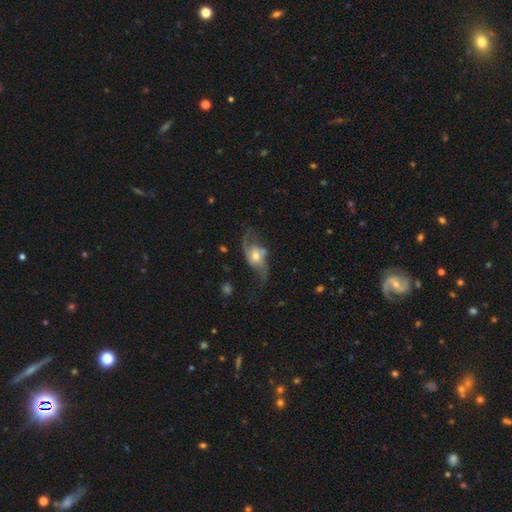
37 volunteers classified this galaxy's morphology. Volunteers were most divided on "merging": none: 36%, major disturbance: 30%, minor disturbance: 24%, merger: 9%. More confident: edge-on disk — no (90%); spiral arms — yes (88%); spiral arm count — 2 (87%); spiral winding — loose (83%); smooth or featured — featured or disk (78%); bulge size — moderate (62%); bar — no (54%).